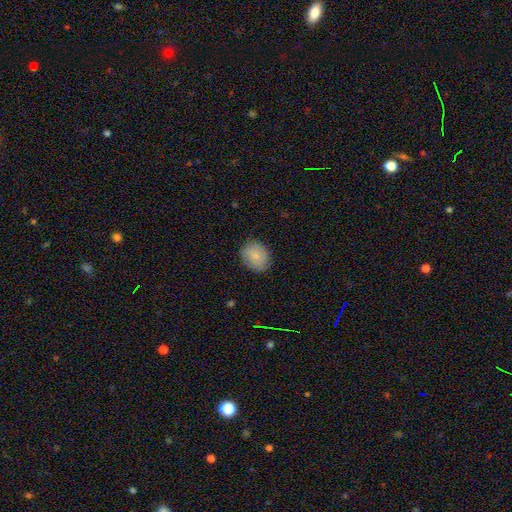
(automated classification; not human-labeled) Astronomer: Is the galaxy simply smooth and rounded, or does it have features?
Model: smooth — 83%.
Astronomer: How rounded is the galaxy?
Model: round — 58% (runner-up: in between, 41%).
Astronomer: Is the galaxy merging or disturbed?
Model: none — 83%.